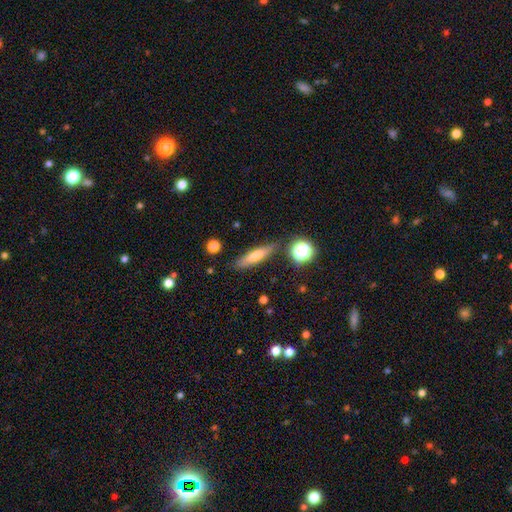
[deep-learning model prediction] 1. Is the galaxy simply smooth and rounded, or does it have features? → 63% smooth, 28% featured or disk, 9% star or artifact.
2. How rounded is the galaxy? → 75% cigar-shaped, 22% in between, 3% round.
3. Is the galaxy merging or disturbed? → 83% none, 11% minor disturbance, 3% merger, 3% major disturbance.